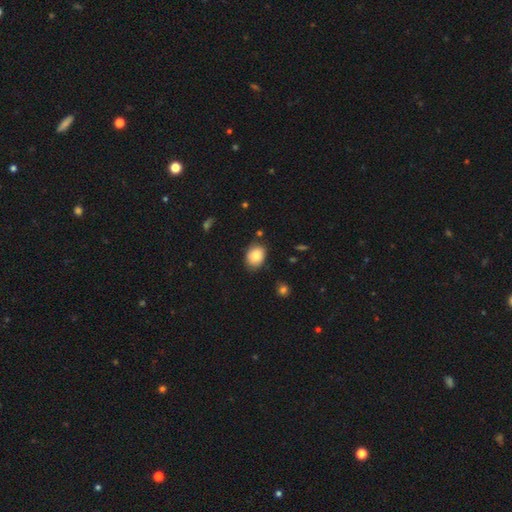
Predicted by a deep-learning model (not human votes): Q: Smooth or featured?
A: smooth (82%); runner-up: featured or disk (10%)
Q: How rounded?
A: in between (61%); runner-up: round (38%)
Q: Merging?
A: none (80%); runner-up: minor disturbance (15%)